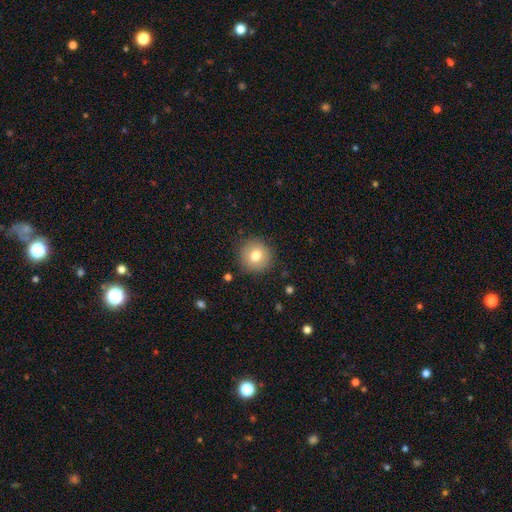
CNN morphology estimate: smooth_or_featured: smooth (p=0.77) [alt: featured or disk p=0.13]
how_rounded: round (p=0.93) [alt: in between p=0.06]
merging: none (p=0.89) [alt: minor disturbance p=0.07]